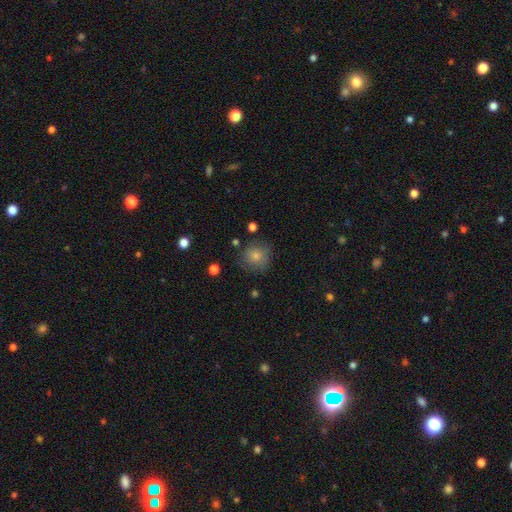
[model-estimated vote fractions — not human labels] Smooth or featured? Predicted: smooth (p=0.71). How rounded? Predicted: round (p=0.90). Merging? Predicted: none (p=0.81).